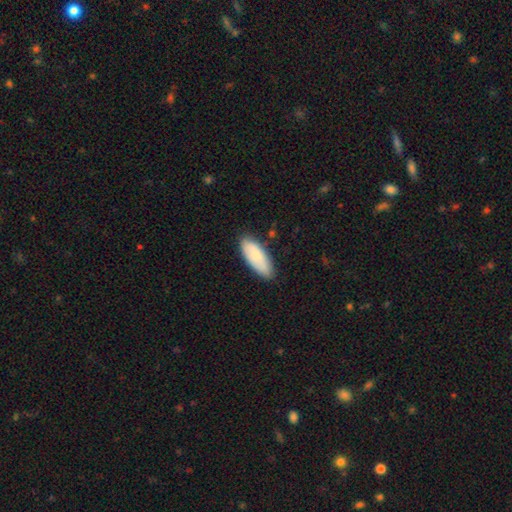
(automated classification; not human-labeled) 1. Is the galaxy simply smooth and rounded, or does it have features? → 77% smooth, 18% featured or disk, 6% star or artifact.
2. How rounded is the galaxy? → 82% in between, 16% cigar-shaped, 2% round.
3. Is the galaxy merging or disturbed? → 80% none, 16% minor disturbance, 2% major disturbance, 1% merger.